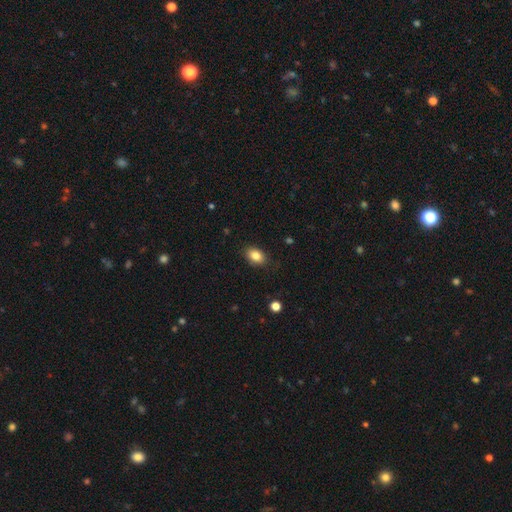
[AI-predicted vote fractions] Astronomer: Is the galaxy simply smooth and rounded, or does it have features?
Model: smooth — 84%.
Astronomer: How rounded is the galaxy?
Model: in between — 81%.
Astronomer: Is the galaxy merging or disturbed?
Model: none — 85%.